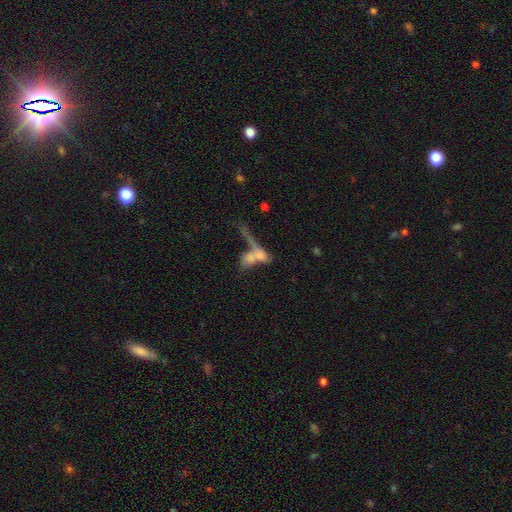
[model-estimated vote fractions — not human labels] Smooth or featured: smooth — 57% (featured or disk — 32%)
How rounded: in between — 61% (cigar-shaped — 26%)
Merging: merger — 63% (none — 17%)